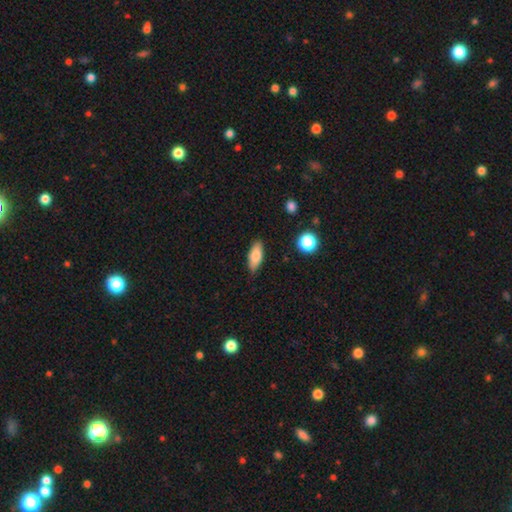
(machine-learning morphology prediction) Q: Smooth or featured?
A: smooth (79%); runner-up: featured or disk (13%)
Q: How rounded?
A: in between (76%); runner-up: cigar-shaped (21%)
Q: Merging?
A: none (83%); runner-up: minor disturbance (13%)